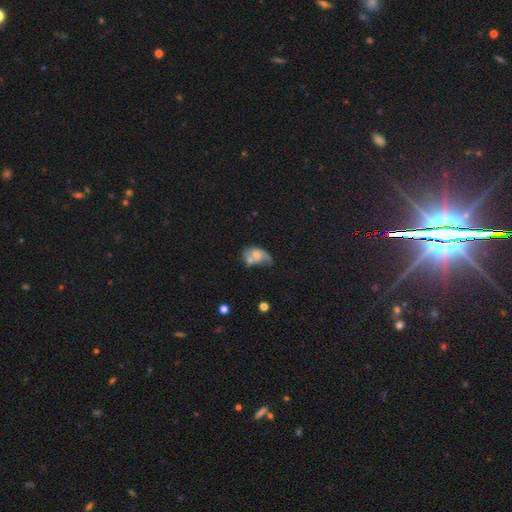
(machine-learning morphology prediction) type=smooth (50%); merging=merger (35%).